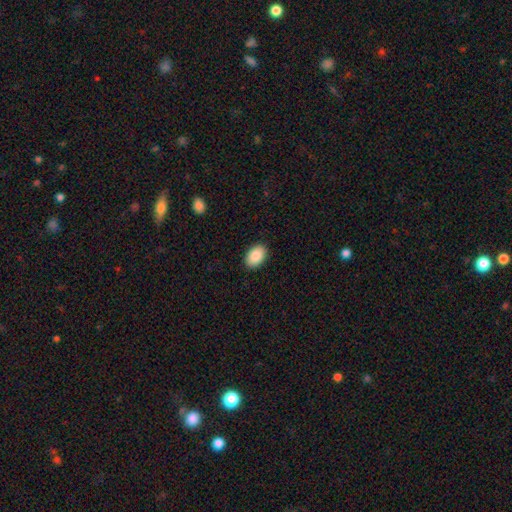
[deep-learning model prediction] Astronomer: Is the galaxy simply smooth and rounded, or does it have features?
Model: smooth — 89%.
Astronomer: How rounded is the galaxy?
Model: in between — 90%.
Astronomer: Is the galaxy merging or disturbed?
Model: none — 90%.